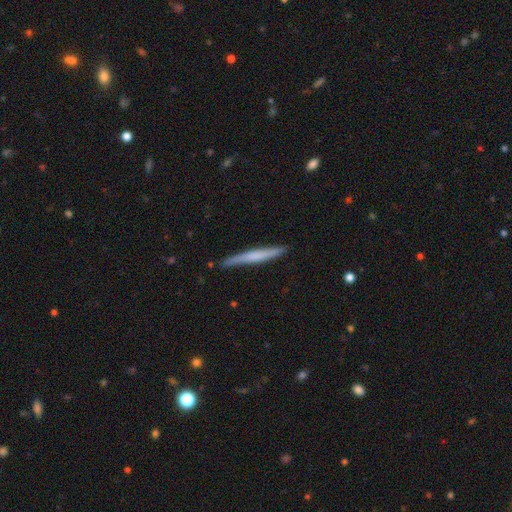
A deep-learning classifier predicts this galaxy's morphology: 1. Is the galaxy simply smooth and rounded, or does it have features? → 53% smooth, 42% featured or disk, 5% star or artifact.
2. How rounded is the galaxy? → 97% cigar-shaped, 2% in between, 1% round.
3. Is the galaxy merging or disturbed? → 85% none, 12% minor disturbance, 2% major disturbance, 2% merger.